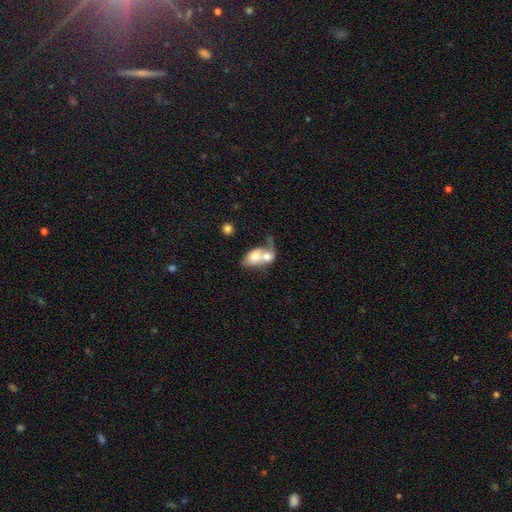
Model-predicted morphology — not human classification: type=smooth (64%); roundness=in between (72%); merging=merger (79%).